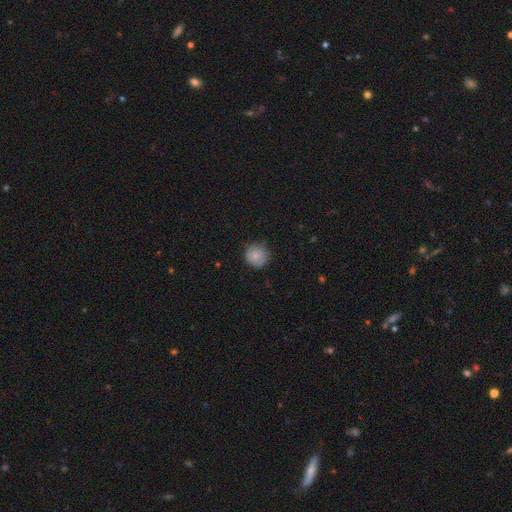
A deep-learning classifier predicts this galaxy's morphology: A smooth galaxy with no disk features (80%) that is round (93%). Merging: none (82%).